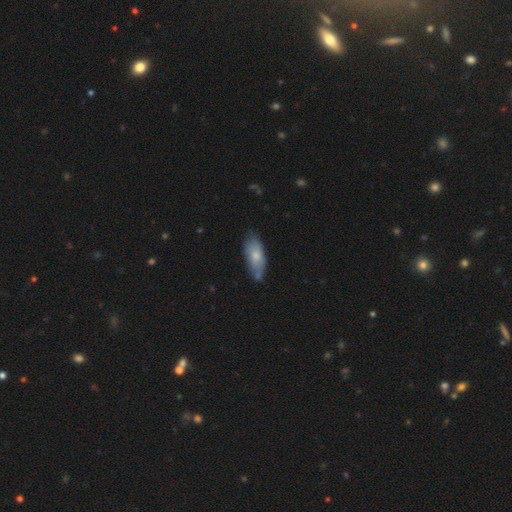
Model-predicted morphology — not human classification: Smooth or featured?
  - smooth: 69% *
  - featured or disk: 25%
  - star or artifact: 6%
How rounded?
  - in between: 81% *
  - cigar-shaped: 17%
  - round: 2%
Merging?
  - none: 62% *
  - minor disturbance: 29%
  - major disturbance: 5%
  - merger: 4%